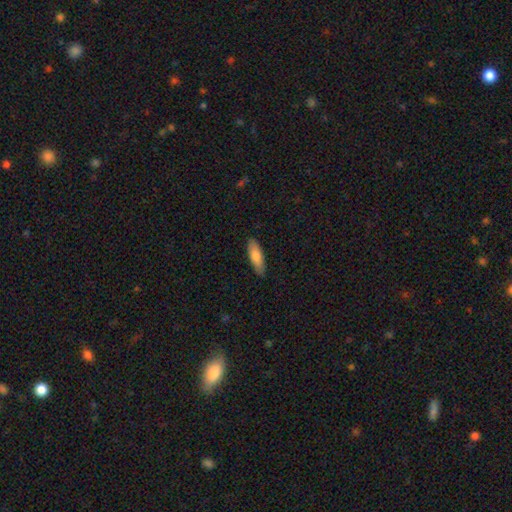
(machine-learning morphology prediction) Smooth or featured? smooth (78%)
How rounded? cigar-shaped (50%)
Merging? none (88%)